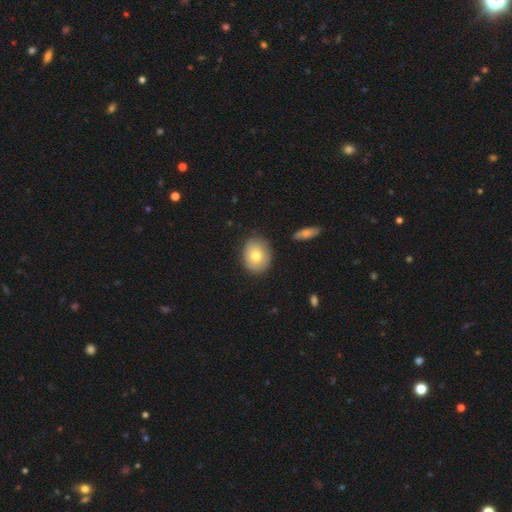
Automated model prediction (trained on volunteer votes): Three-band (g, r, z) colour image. It shows a smooth galaxy with no disk features (75%) that is round (54%). Merging: none (83%).